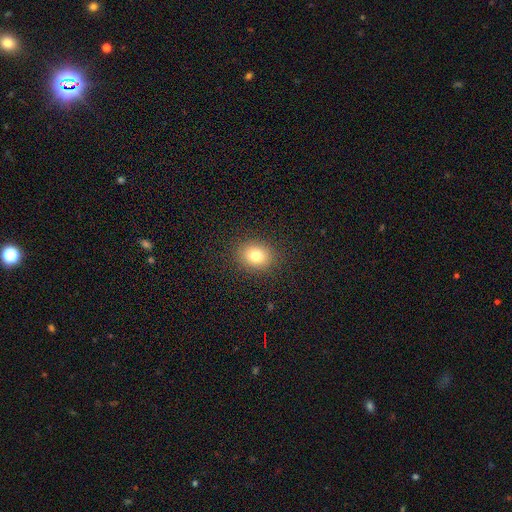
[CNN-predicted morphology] type=smooth (79%); roundness=round (55%); merging=none (88%).